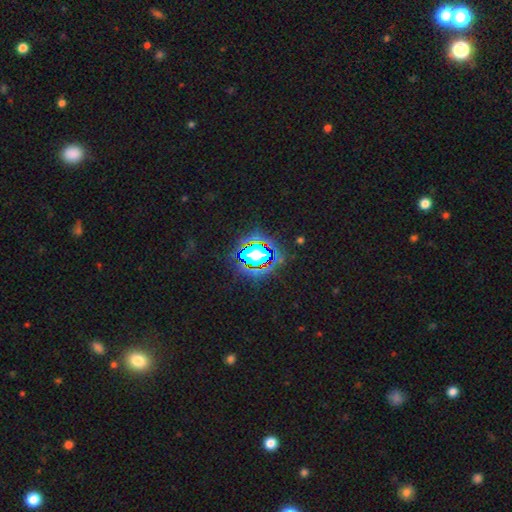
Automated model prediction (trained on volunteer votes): This is likely a star or artifact rather than a galaxy (64%).